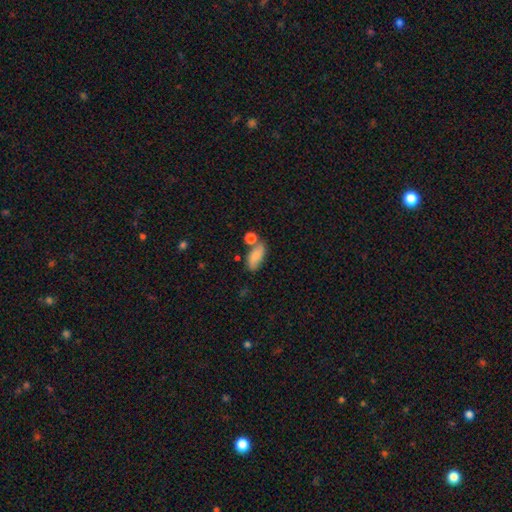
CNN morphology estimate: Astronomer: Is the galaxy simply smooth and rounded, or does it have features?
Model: smooth — 76%.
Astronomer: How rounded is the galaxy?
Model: in between — 81%.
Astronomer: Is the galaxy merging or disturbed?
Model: none — 56%.